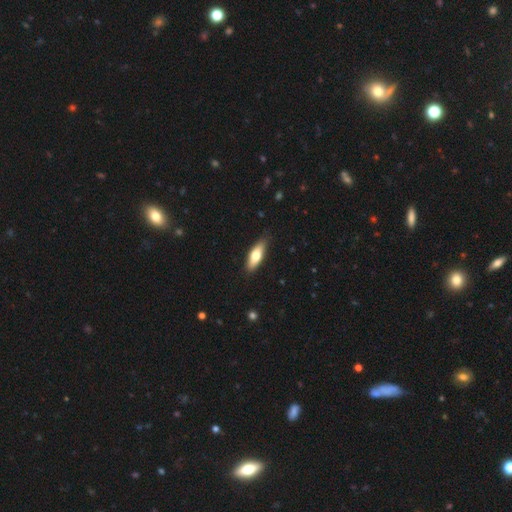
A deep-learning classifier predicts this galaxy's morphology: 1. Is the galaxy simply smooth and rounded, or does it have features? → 67% smooth, 27% featured or disk, 5% star or artifact.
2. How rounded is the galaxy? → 58% in between, 40% cigar-shaped, 2% round.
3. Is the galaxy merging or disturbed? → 85% none, 12% minor disturbance, 2% major disturbance, 1% merger.